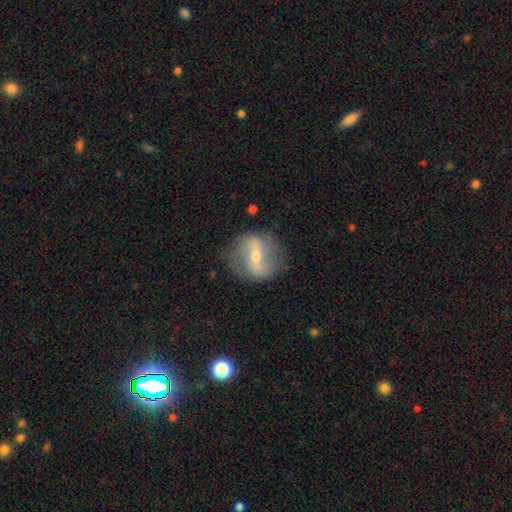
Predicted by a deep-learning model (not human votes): featured or disk 73%, smooth 19%, star or artifact 8%. Down the decision tree: edge-on disk — no (93%); bar — strong (50%); spiral arms — yes (74%); bulge size — small (50%); merging — none (77%).